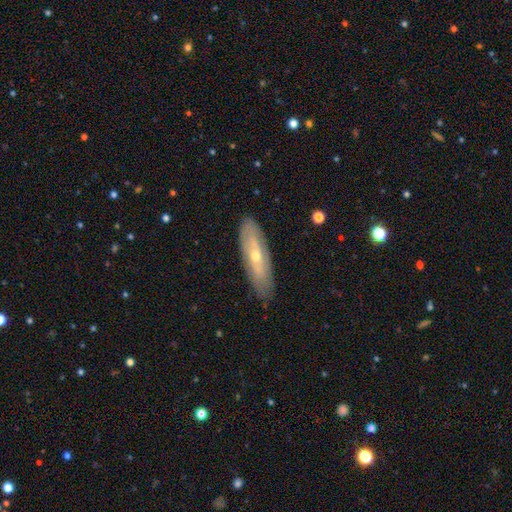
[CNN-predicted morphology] Smooth or featured?
  - featured or disk: 61% *
  - smooth: 31%
  - star or artifact: 7%
Edge-on disk?
  - no: 62% *
  - yes: 38%
Merging?
  - none: 85% *
  - minor disturbance: 12%
  - major disturbance: 3%
  - merger: 1%